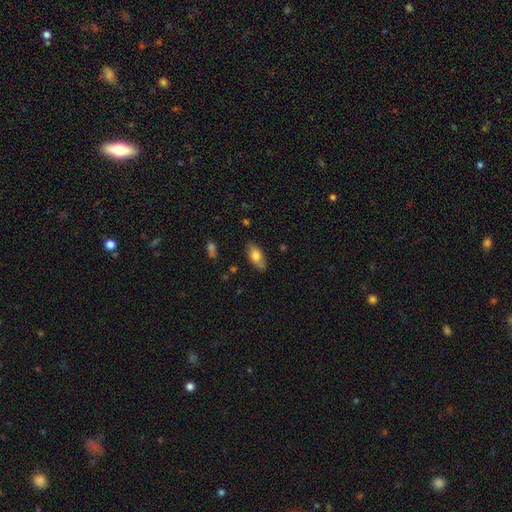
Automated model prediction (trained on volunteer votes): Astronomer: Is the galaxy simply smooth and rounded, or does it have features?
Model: smooth — 70%.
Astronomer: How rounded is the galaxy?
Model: in between — 88%.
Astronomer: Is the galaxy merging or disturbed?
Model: none — 82%.